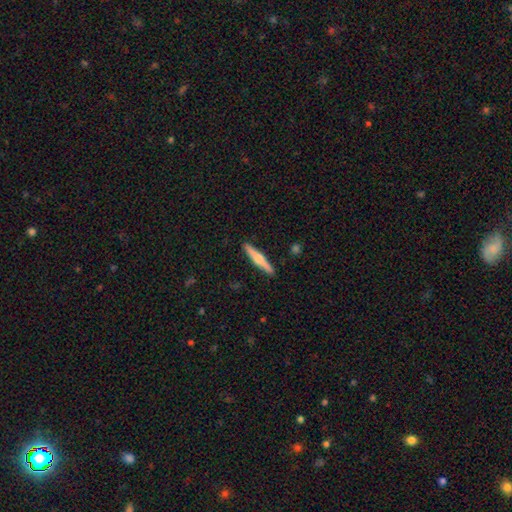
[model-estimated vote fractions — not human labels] Smooth or featured?
  - featured or disk: 53% *
  - smooth: 42%
  - star or artifact: 6%
Edge-on disk?
  - yes: 97% *
  - no: 3%
Edge-on bulge?
  - rounded: 82% *
  - none: 10%
  - boxy: 8%
Merging?
  - none: 91% *
  - minor disturbance: 6%
  - major disturbance: 1%
  - merger: 1%